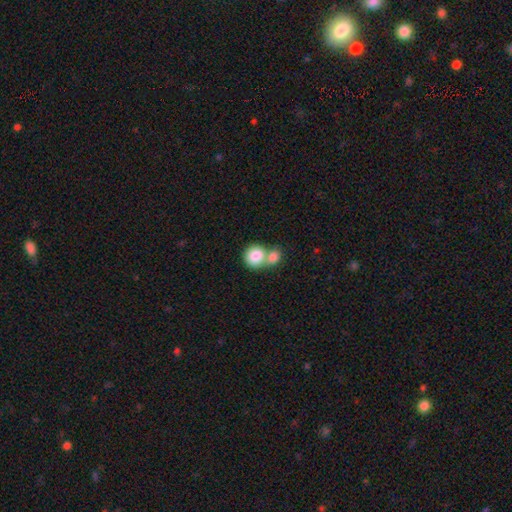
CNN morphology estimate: This appears to be a smooth galaxy with no disk features (84%) that is round (80%). Merging: merger (58%).